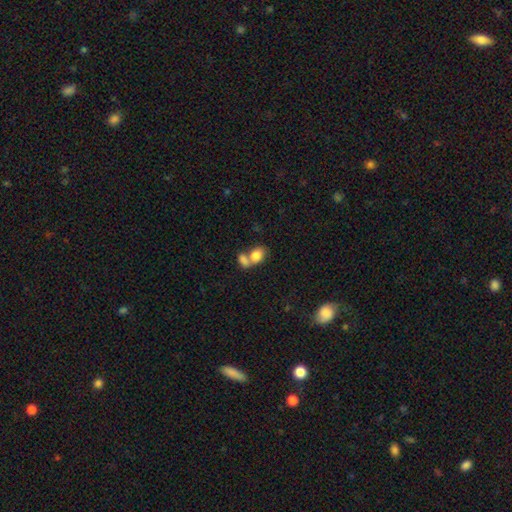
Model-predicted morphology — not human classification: This is clearly a smooth galaxy (80%). How rounded: likely in between (72%). Merging: likely merger (62%).